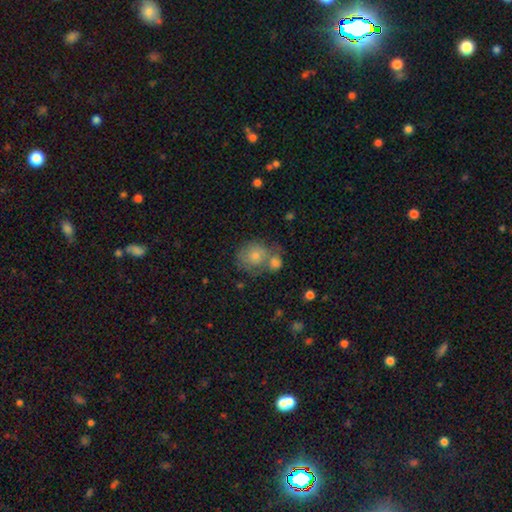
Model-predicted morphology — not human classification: A smooth galaxy with no disk features (65%) that is round (77%). Merging: none (51%).